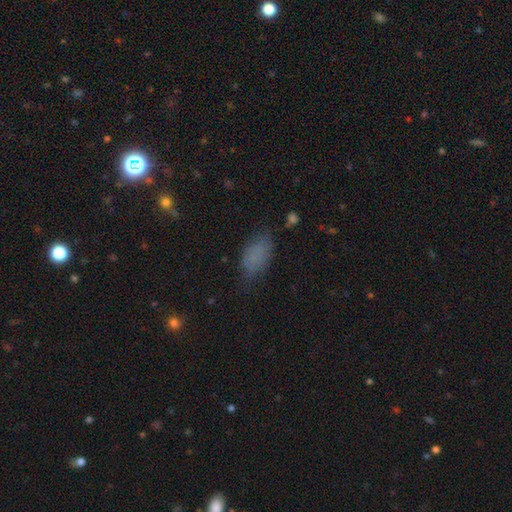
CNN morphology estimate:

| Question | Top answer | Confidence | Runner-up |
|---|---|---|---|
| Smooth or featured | smooth | 76% | star or artifact (14%) |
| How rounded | in between | 90% | cigar-shaped (6%) |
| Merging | none | 64% | minor disturbance (24%) |